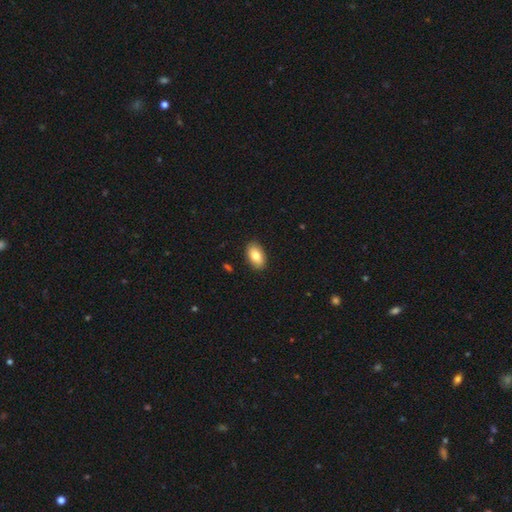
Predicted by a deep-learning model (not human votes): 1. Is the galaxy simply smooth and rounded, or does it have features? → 82% smooth, 11% featured or disk, 7% star or artifact.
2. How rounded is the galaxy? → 93% in between, 5% round, 2% cigar-shaped.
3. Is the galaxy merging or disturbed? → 89% none, 8% minor disturbance, 2% major disturbance, 1% merger.